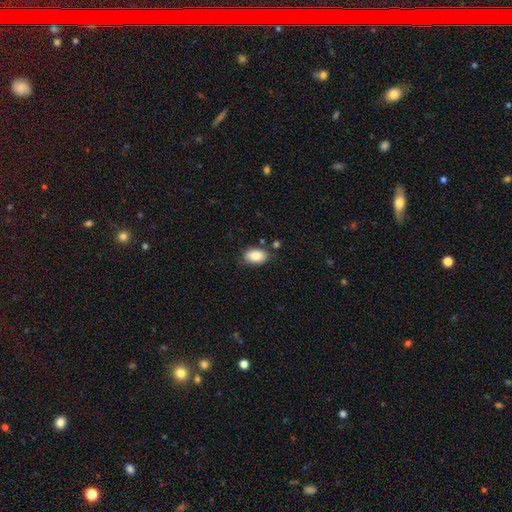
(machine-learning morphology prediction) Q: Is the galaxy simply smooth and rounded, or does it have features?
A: smooth — 85%.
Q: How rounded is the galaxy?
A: in between — 90%.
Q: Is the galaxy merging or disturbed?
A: none — 79%.